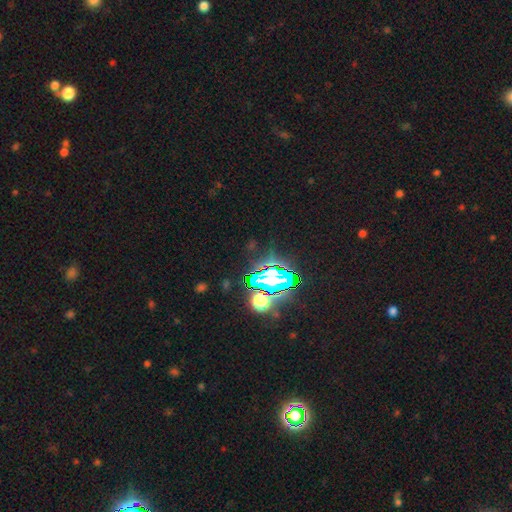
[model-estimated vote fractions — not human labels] Q: Smooth or featured?
A: star or artifact (82%); runner-up: smooth (11%)